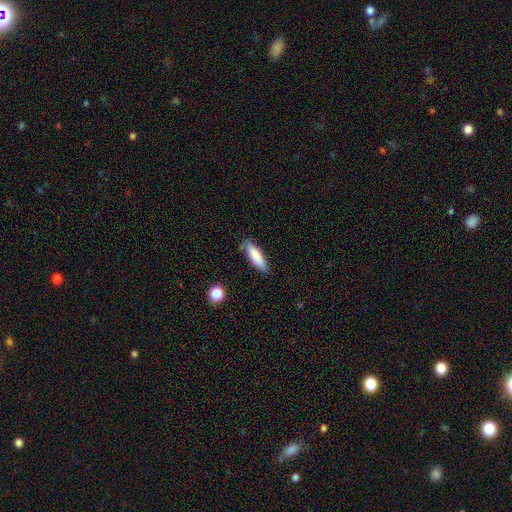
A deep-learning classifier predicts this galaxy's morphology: Smooth or featured: smooth — 84% (featured or disk — 10%)
How rounded: cigar-shaped — 54% (in between — 44%)
Merging: none — 77% (minor disturbance — 17%)